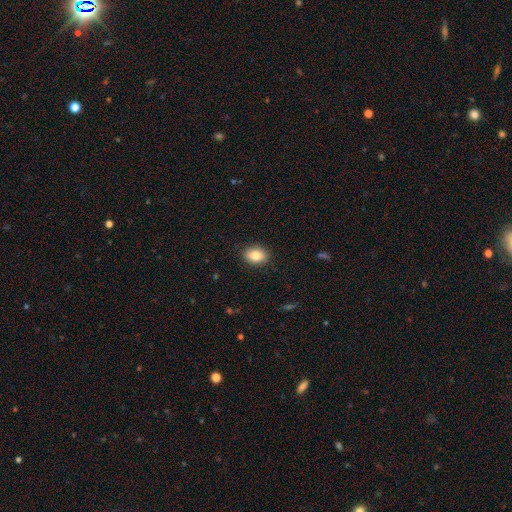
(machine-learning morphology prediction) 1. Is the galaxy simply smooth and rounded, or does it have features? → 84% smooth, 9% star or artifact, 8% featured or disk.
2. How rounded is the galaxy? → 75% in between, 24% round, 1% cigar-shaped.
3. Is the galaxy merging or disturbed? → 87% none, 10% minor disturbance, 2% major disturbance, 1% merger.